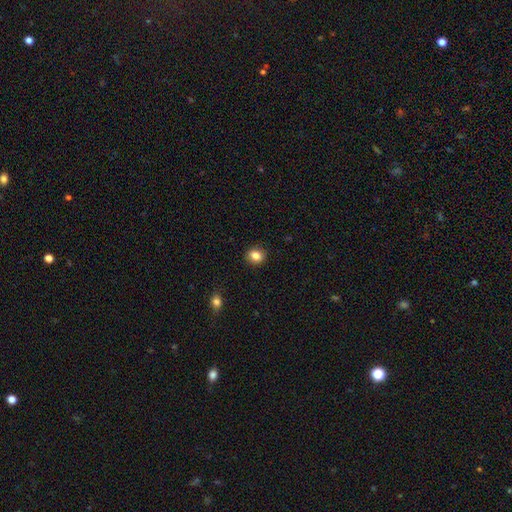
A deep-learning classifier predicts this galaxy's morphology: This appears to be a smooth galaxy with no disk features (84%) that is round (66%). Merging: none (90%).